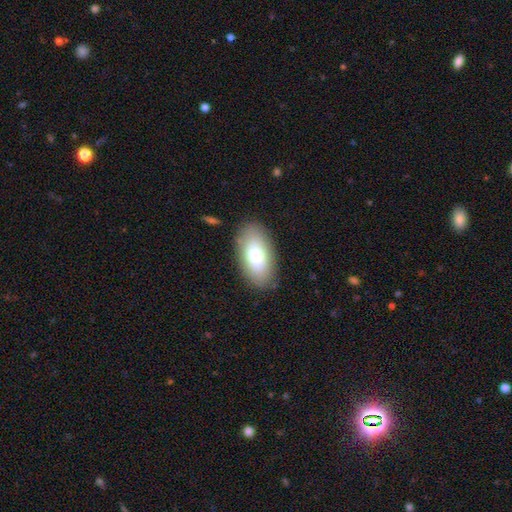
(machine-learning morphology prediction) Smooth or featured: smooth — 72% (featured or disk — 21%)
How rounded: in between — 93% (cigar-shaped — 4%)
Merging: none — 85% (minor disturbance — 10%)